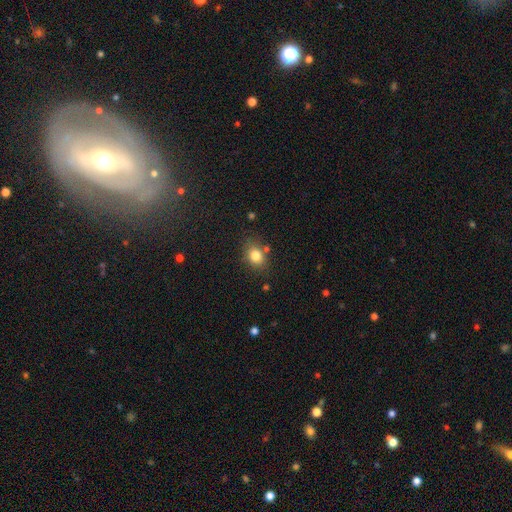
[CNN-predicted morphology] Overall: smooth (81%). How rounded: in between (55%; round 44%). Merging: none (75%).